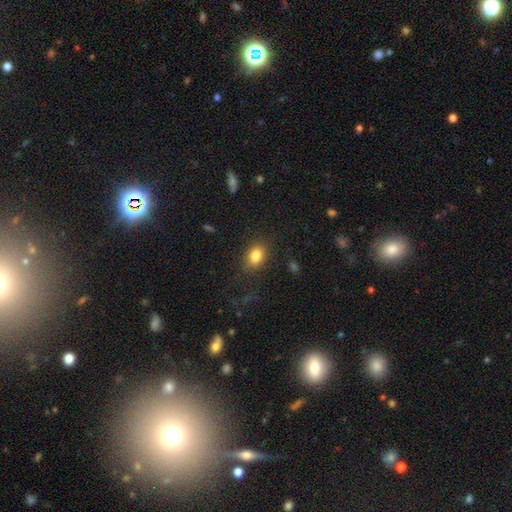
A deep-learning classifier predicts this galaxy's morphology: smooth_or_featured: smooth (p=0.83) [alt: star or artifact p=0.10]
how_rounded: in between (p=0.72) [alt: round p=0.27]
merging: none (p=0.81) [alt: minor disturbance p=0.12]